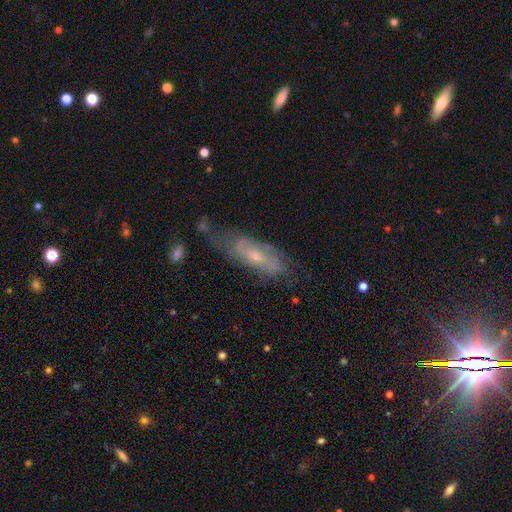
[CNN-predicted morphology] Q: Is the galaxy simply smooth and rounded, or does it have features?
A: featured or disk — 65%.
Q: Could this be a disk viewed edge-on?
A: no — 80%.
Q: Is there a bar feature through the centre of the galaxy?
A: no — 60%.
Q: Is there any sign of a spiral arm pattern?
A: yes — 76%.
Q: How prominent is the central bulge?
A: small — 54%.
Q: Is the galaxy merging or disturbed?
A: none — 55%.